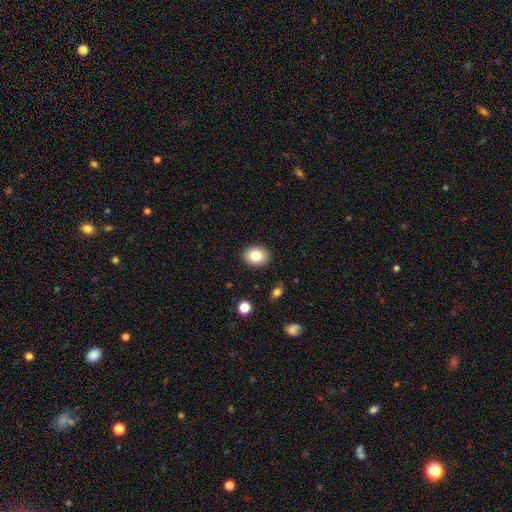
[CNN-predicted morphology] Smooth or featured: smooth — 83% (star or artifact — 9%)
How rounded: in between — 61% (round — 38%)
Merging: none — 89% (minor disturbance — 8%)